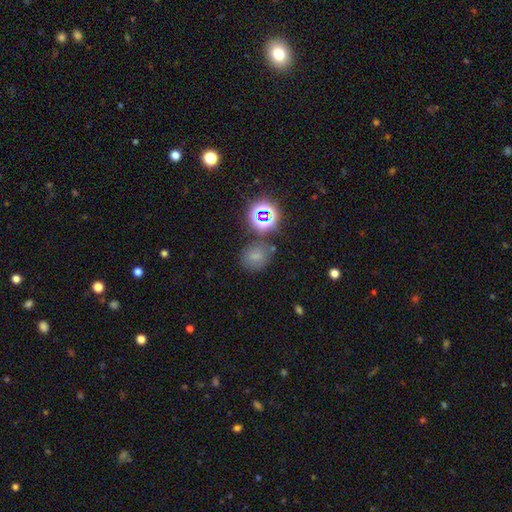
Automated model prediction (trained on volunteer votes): smooth-or-featured: smooth: 63% | star or artifact: 26% | featured or disk: 10%
  how-rounded: round: 65% | in between: 33% | cigar-shaped: 1%
  merging: none: 70% | minor disturbance: 15% | merger: 10% | major disturbance: 5%